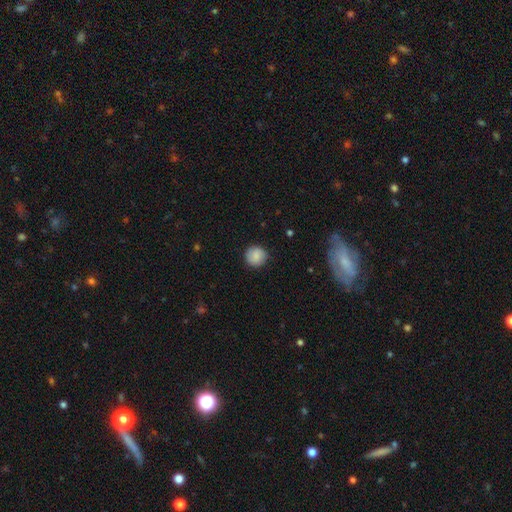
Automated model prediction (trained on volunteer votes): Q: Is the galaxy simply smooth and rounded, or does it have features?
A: smooth — 83%.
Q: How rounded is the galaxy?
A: round — 91%.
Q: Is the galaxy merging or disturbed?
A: none — 85%.